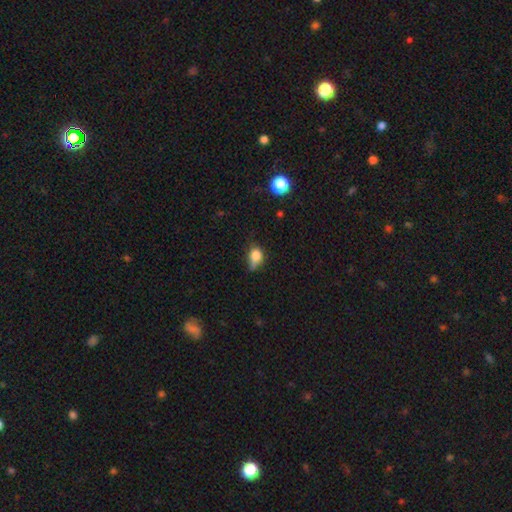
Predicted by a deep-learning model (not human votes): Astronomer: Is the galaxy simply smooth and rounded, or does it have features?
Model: smooth — 77%.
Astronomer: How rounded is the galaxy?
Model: in between — 63%.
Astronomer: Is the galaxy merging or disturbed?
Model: minor disturbance — 45% (runner-up: none, 34%).